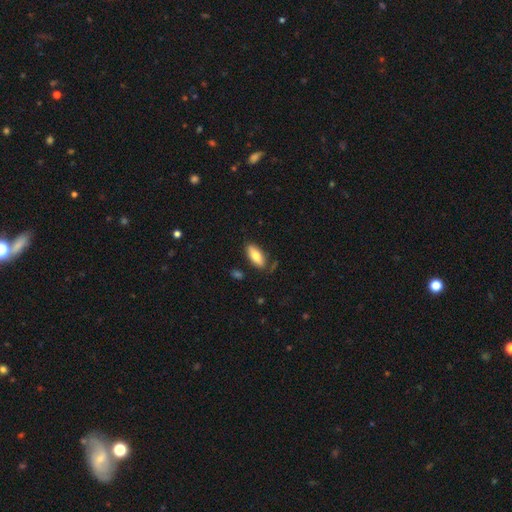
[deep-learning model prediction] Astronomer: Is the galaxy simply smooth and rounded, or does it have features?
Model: smooth — 75%.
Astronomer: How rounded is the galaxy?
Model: in between — 82%.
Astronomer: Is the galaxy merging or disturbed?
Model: none — 79%.